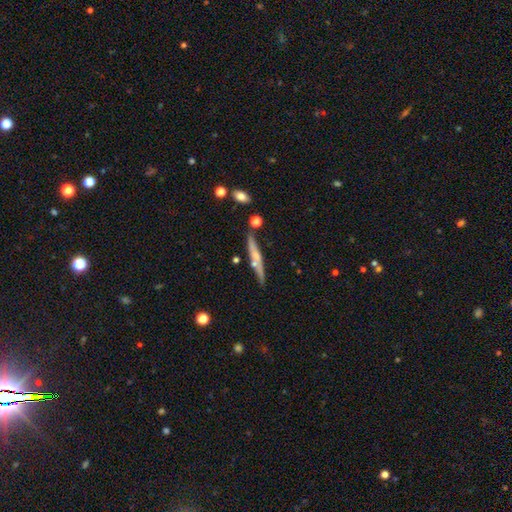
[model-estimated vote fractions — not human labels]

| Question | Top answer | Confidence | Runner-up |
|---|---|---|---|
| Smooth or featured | featured or disk | 51% | smooth (42%) |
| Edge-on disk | yes | 90% | no (10%) |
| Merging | none | 72% | minor disturbance (16%) |